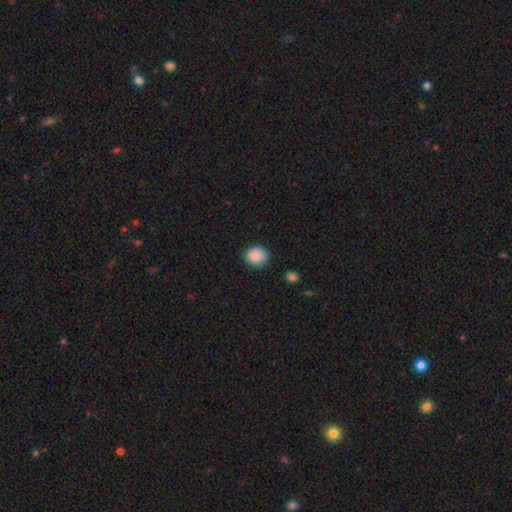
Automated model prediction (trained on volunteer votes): This appears to be a smooth galaxy with no disk features (89%) that is round (86%). Merging: none (88%).